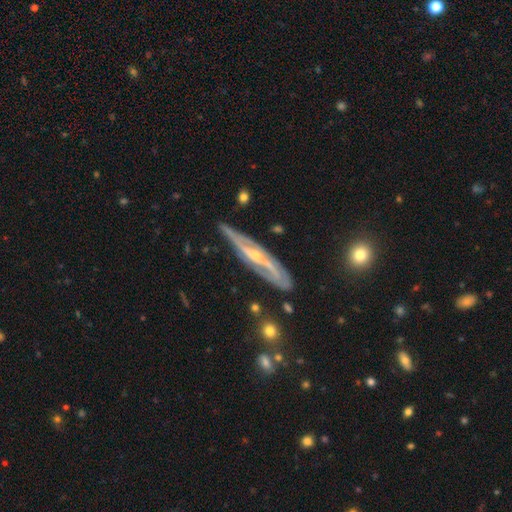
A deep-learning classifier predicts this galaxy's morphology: Overall: featured or disk (83%). Edge-on disk: yes (54%; no 46%). Merging: none (71%).